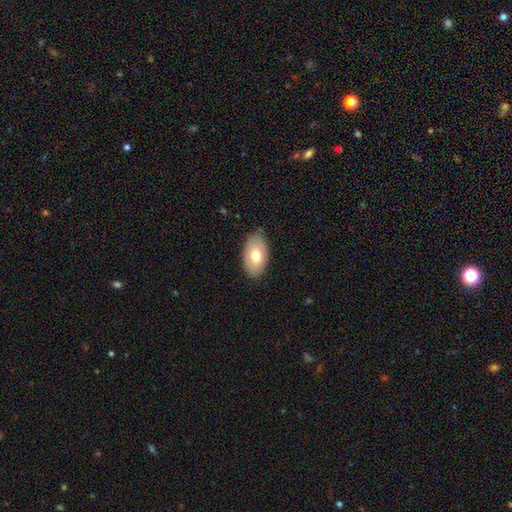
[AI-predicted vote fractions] Smooth or featured? Predicted: smooth (p=0.70). How rounded? Predicted: in between (p=0.93). Merging? Predicted: none (p=0.82).